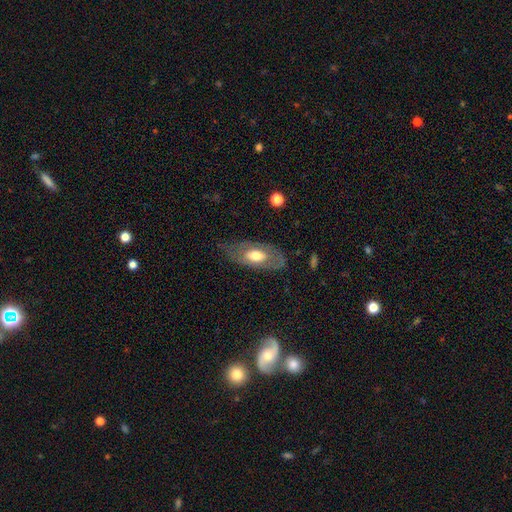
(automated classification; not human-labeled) Q: Smooth or featured?
A: featured or disk (48%); runner-up: smooth (46%)
Q: Merging?
A: none (70%); runner-up: minor disturbance (20%)